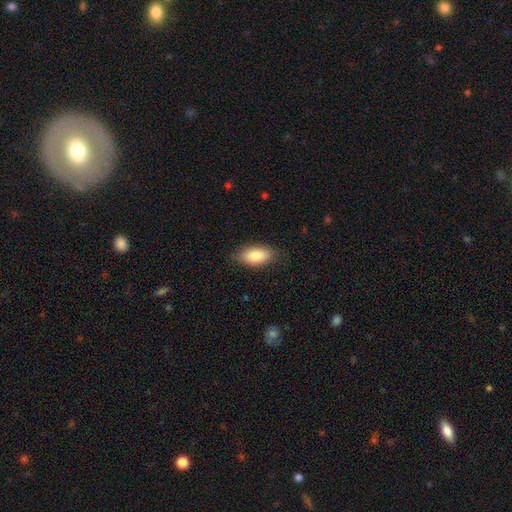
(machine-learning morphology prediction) Overall: smooth (83%). How rounded: in between (90%). Merging: none (82%).